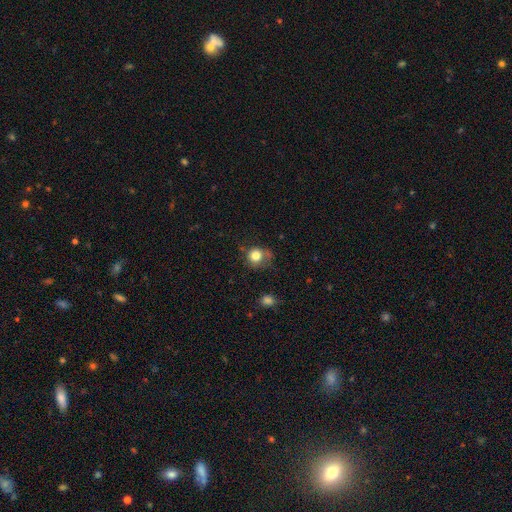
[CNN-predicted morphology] Smooth or featured?
  - smooth: 80% *
  - star or artifact: 11%
  - featured or disk: 9%
How rounded?
  - round: 85% *
  - in between: 14%
  - cigar-shaped: 1%
Merging?
  - none: 56% *
  - minor disturbance: 27%
  - major disturbance: 13%
  - merger: 4%